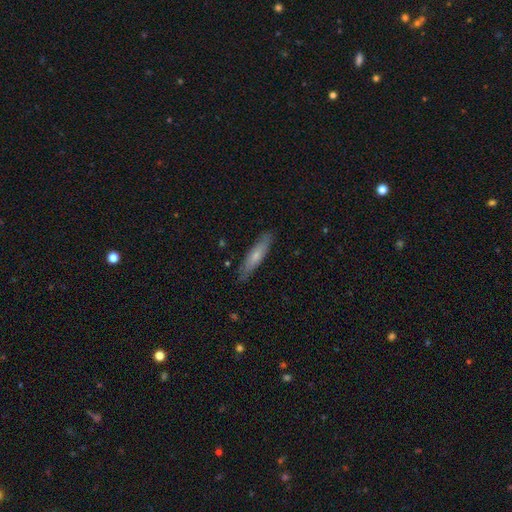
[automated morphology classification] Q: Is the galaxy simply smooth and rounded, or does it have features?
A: smooth — 63%.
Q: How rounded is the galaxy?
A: cigar-shaped — 81%.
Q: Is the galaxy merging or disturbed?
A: none — 85%.